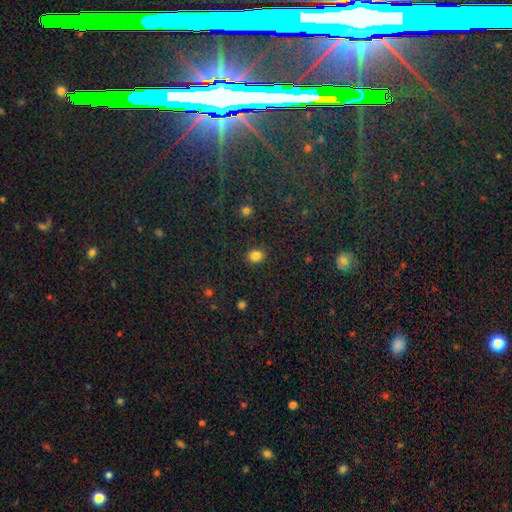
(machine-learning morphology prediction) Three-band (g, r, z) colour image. It shows a smooth galaxy with no disk features (84%) that is round (65%). Merging: none (89%).